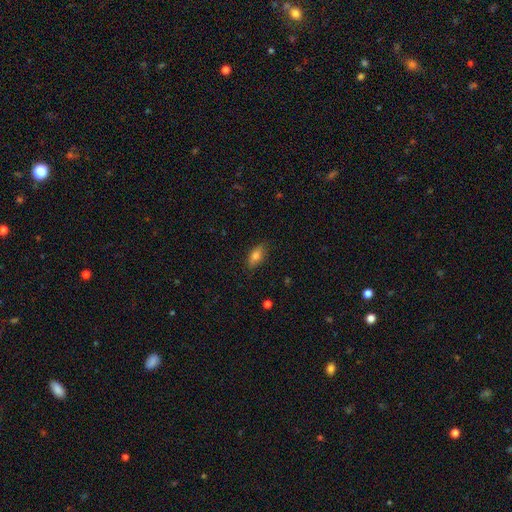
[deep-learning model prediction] A smooth galaxy with no disk features (76%) that is in between round and cigar-shaped (83%).

Vote fractions:
- Smooth or featured? smooth: 76% / featured or disk: 16% / star or artifact: 8%
- How rounded? in between: 83% / cigar-shaped: 12% / round: 5%
- Merging? none: 83% / minor disturbance: 14% / major disturbance: 3% / merger: 1%